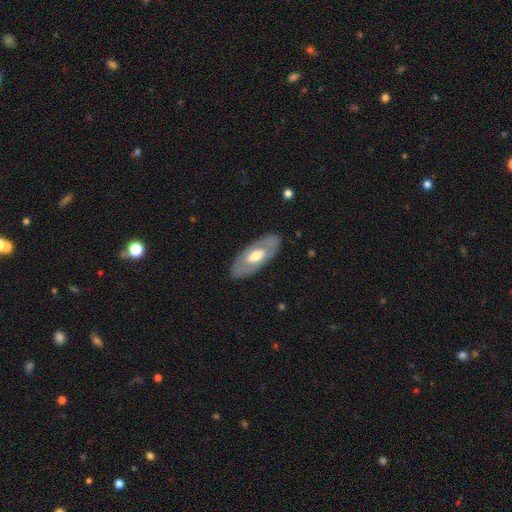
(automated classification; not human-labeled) A featured or disk galaxy (52%). Merging: none (84%).